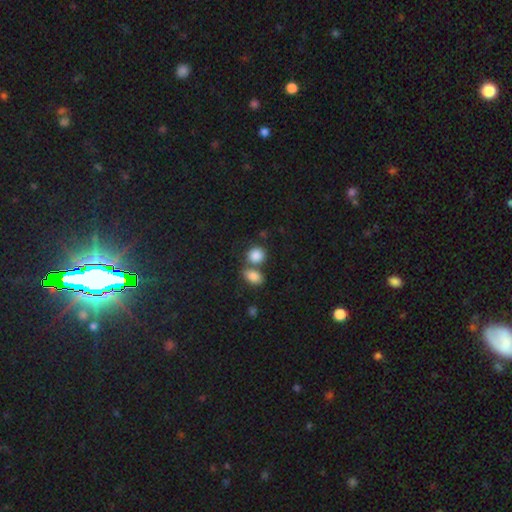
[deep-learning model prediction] Smooth or featured? smooth (85%)
How rounded? round (67%)
Merging? none (47%)